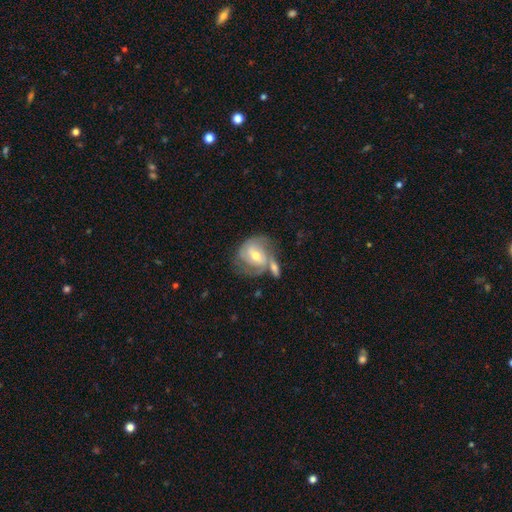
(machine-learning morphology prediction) Smooth or featured? Predicted: featured or disk (p=0.74). Edge-on disk? Predicted: no (p=0.96). Bar? Predicted: weak (p=0.49). Spiral arms? Predicted: yes (p=0.88). Spiral winding? Predicted: tight (p=0.42, tied with medium). Spiral arm count? Predicted: 2 (p=0.58). Bulge size? Predicted: moderate (p=0.63). Merging? Predicted: none (p=0.39).